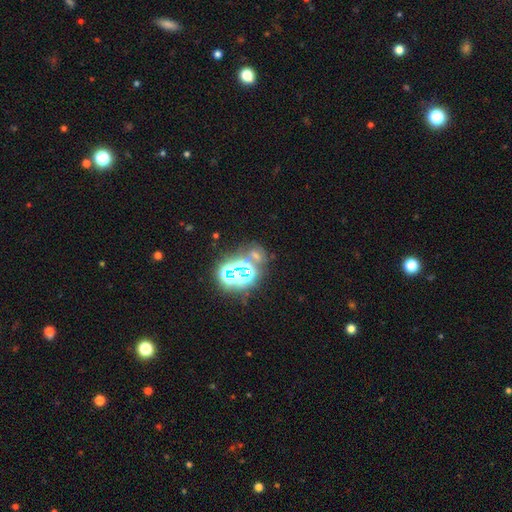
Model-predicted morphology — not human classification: smooth-or-featured: star or artifact: 70% | smooth: 17% | featured or disk: 13%